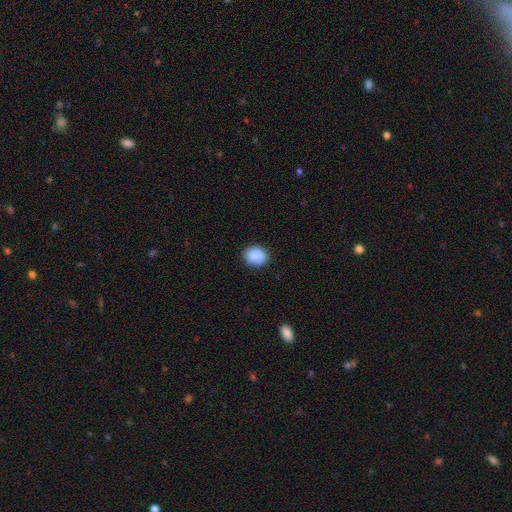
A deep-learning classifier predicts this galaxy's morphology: Q: Smooth or featured?
A: smooth (89%); runner-up: star or artifact (7%)
Q: How rounded?
A: round (61%); runner-up: in between (39%)
Q: Merging?
A: none (86%); runner-up: minor disturbance (10%)